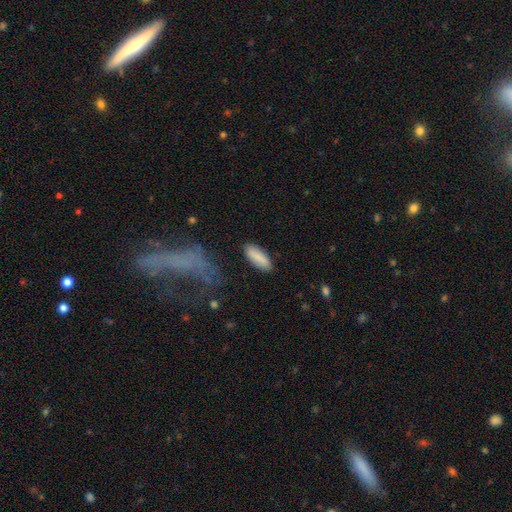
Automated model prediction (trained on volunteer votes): smooth 85%, featured or disk 8%, star or artifact 6%. Down the decision tree: how rounded — in between (67%); merging — none (84%).